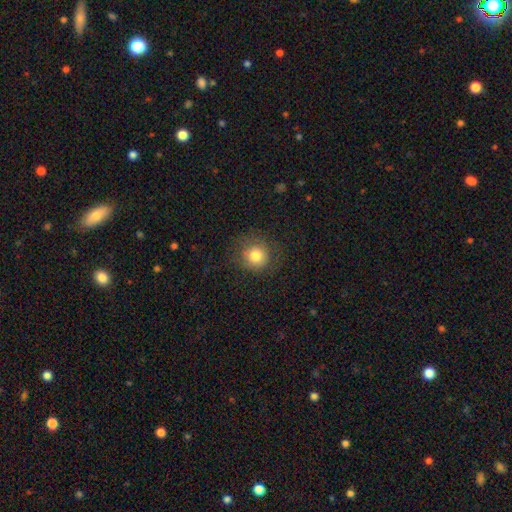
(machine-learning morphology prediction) type=smooth (80%); roundness=round (91%); merging=none (81%).